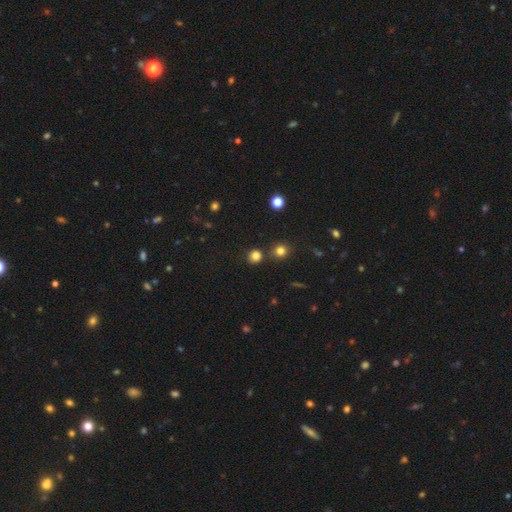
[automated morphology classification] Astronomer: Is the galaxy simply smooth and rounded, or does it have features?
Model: smooth — 80%.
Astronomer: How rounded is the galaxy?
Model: round — 90%.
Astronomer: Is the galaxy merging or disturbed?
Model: none — 80%.